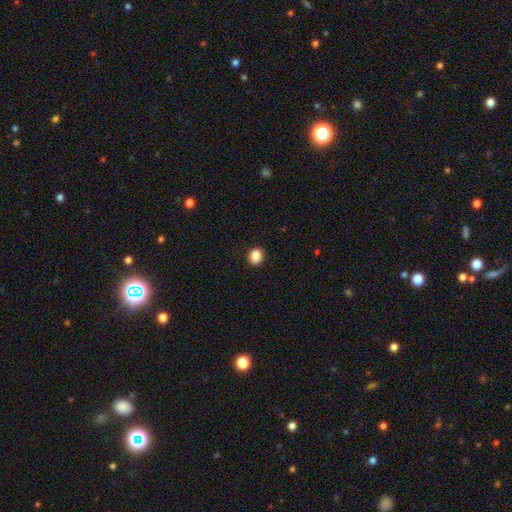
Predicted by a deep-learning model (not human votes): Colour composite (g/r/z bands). It shows a smooth galaxy with no disk features (88%) that is round (64%). Merging: none (90%).